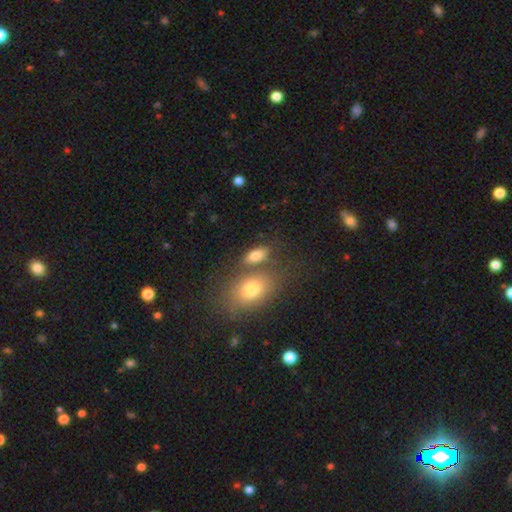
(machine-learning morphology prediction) type=smooth (77%); roundness=in between (86%); merging=none (59%).